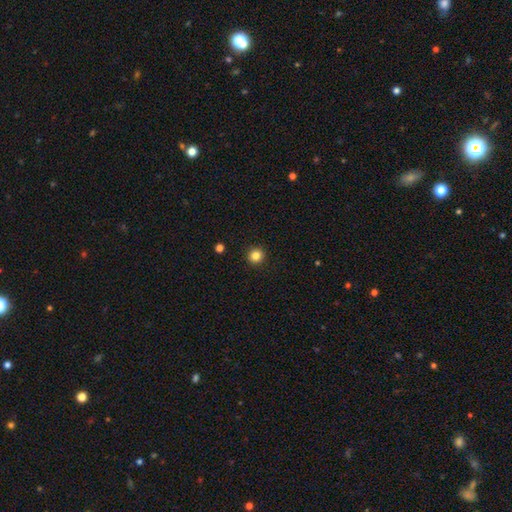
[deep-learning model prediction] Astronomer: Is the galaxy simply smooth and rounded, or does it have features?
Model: smooth — 83%.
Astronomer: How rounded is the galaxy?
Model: round — 94%.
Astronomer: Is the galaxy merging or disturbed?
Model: none — 93%.